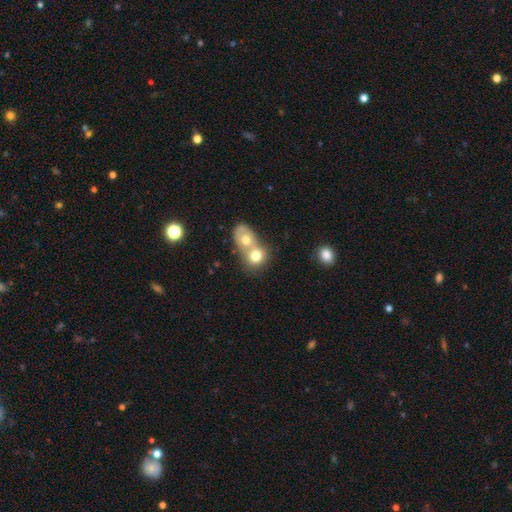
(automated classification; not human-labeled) This appears to be a smooth galaxy with no disk features (68%) that is round (63%). Merging: merger (70%).